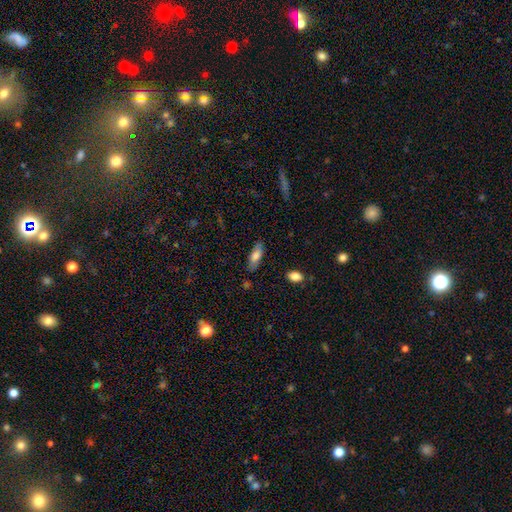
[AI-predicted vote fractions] smooth 76%, featured or disk 17%, star or artifact 7%. Down the decision tree: how rounded — in between (69%); merging — none (79%).